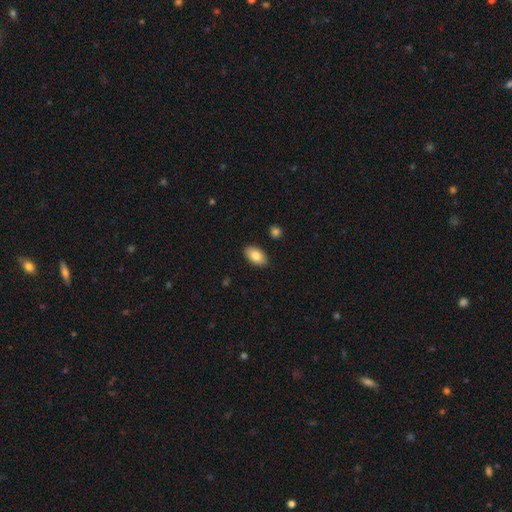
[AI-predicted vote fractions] The model was most divided on "smooth or featured": smooth: 84%, featured or disk: 10%, star or artifact: 7%. More confident: how rounded — in between (94%); merging — none (88%).